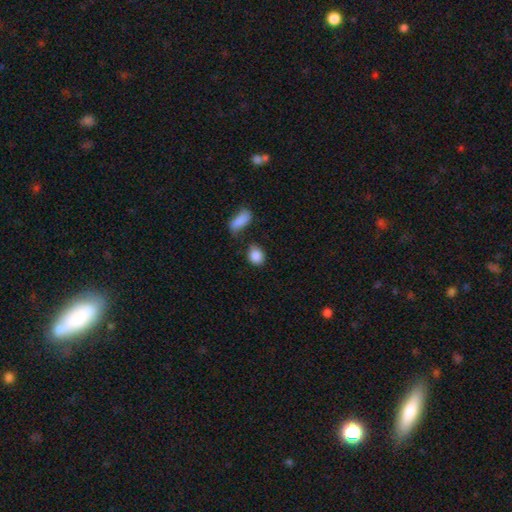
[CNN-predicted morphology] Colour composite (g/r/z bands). It shows a smooth galaxy with no disk features (88%) that is round (51%). Merging: none (73%).